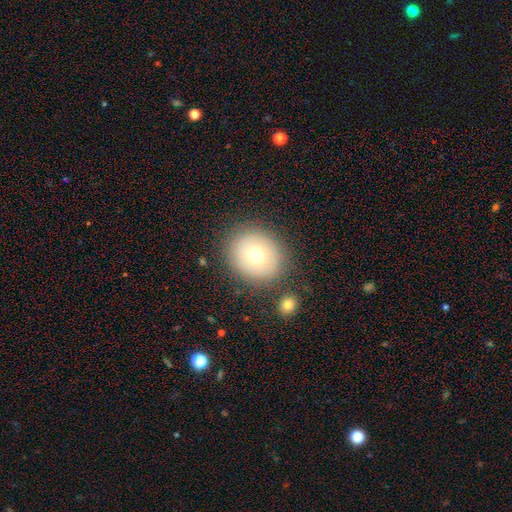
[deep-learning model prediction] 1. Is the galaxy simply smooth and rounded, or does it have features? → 68% smooth, 21% featured or disk, 11% star or artifact.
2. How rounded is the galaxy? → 72% round, 27% in between, 1% cigar-shaped.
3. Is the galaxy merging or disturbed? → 81% none, 11% minor disturbance, 4% merger, 4% major disturbance.